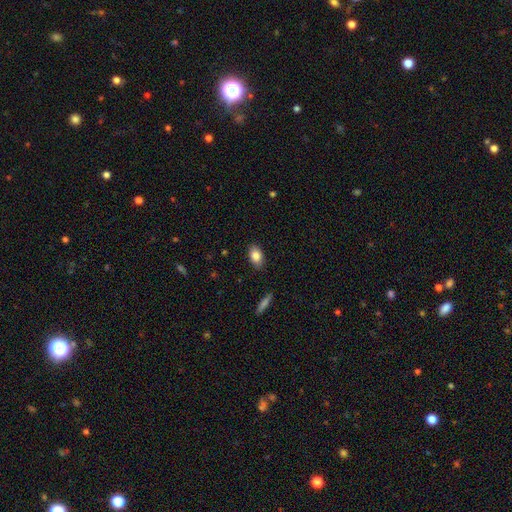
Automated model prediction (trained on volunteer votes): Q: Smooth or featured?
A: smooth (84%); runner-up: featured or disk (9%)
Q: How rounded?
A: in between (89%); runner-up: round (8%)
Q: Merging?
A: none (86%); runner-up: minor disturbance (10%)